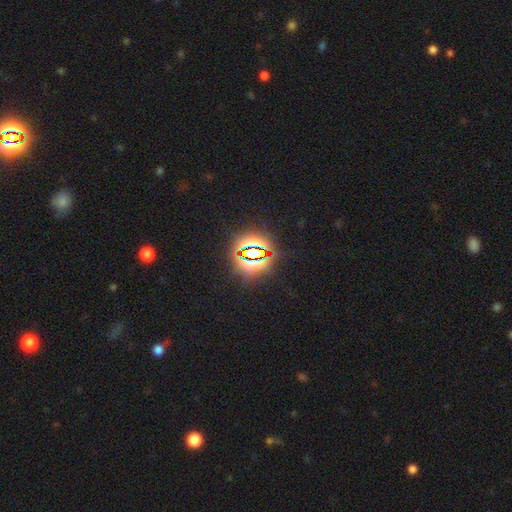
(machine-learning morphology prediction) Q: Smooth or featured?
A: star or artifact (80%); runner-up: smooth (12%)